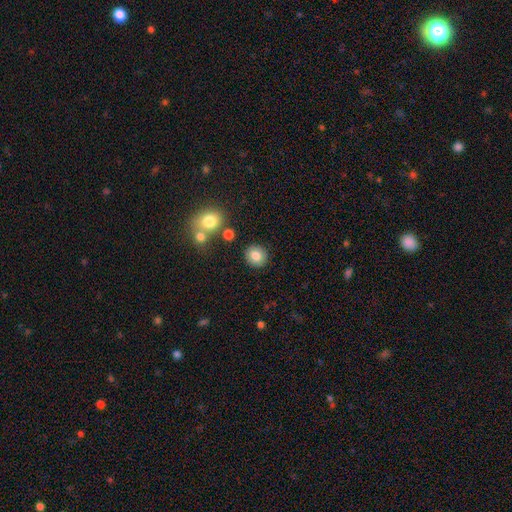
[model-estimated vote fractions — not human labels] Overall: smooth (82%). How rounded: round (81%). Merging: none (87%).